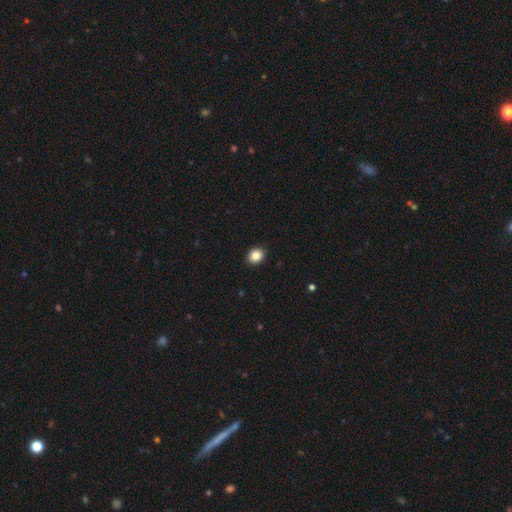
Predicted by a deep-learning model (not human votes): The model was most divided on "how rounded": round: 57%, in between: 42%, cigar-shaped: 1%. More confident: merging — none (91%); smooth or featured — smooth (87%).